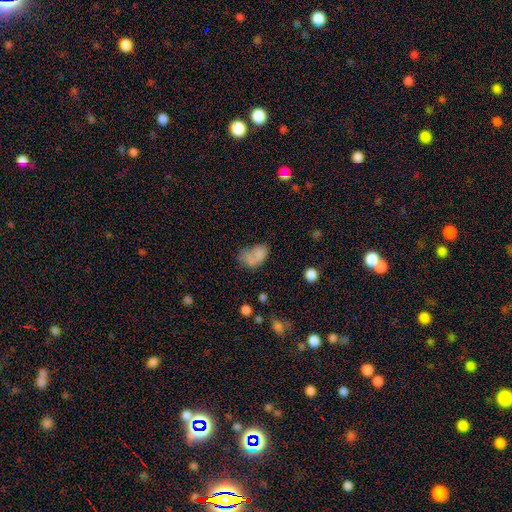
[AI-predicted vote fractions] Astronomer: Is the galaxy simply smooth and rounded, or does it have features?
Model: smooth — 71%.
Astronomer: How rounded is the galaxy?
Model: in between — 84%.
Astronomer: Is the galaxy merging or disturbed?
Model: none — 30% (runner-up: merger, 26%).